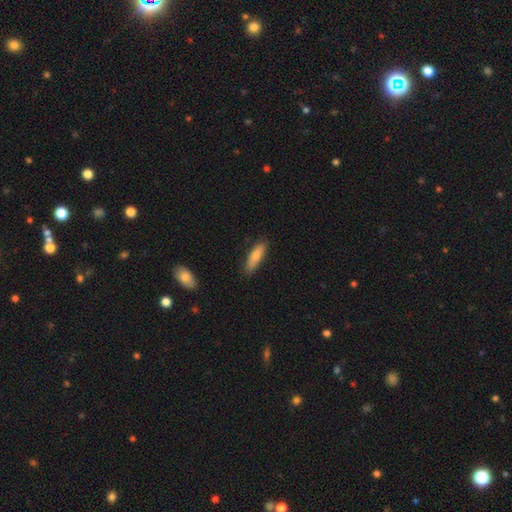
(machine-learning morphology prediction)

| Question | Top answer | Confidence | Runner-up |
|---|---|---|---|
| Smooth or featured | smooth | 77% | featured or disk (17%) |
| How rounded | cigar-shaped | 61% | in between (37%) |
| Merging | none | 83% | minor disturbance (13%) |